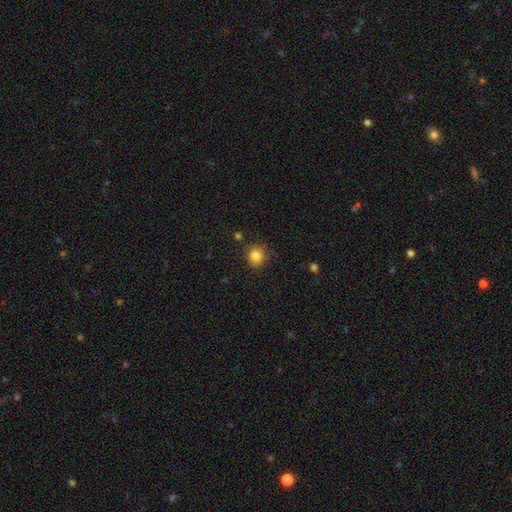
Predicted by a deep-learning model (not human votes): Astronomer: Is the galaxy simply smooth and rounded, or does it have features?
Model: smooth — 83%.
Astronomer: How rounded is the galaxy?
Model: round — 88%.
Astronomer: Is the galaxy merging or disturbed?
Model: none — 84%.